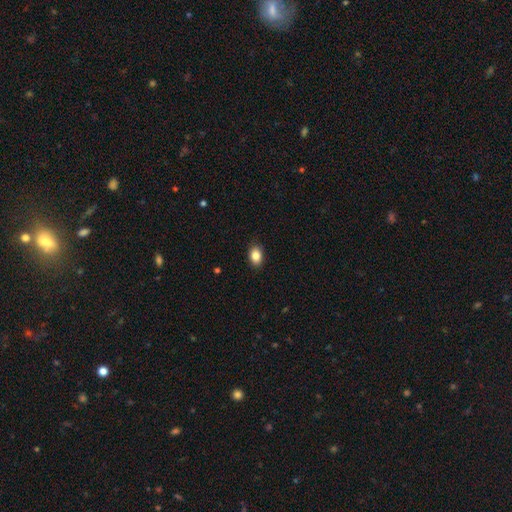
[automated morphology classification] Q: Smooth or featured?
A: smooth (86%); runner-up: star or artifact (8%)
Q: How rounded?
A: in between (80%); runner-up: round (18%)
Q: Merging?
A: none (88%); runner-up: minor disturbance (9%)